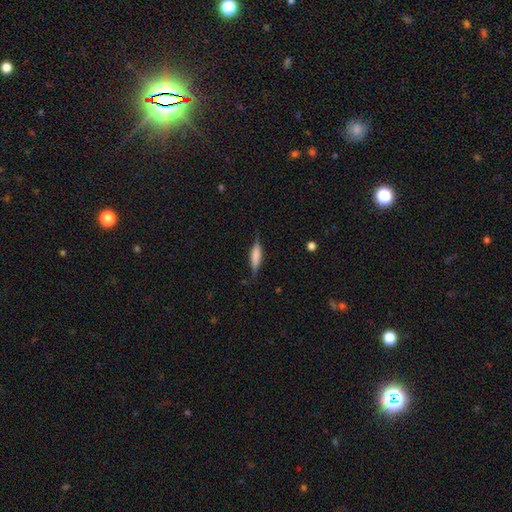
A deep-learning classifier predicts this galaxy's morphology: Q: Smooth or featured?
A: smooth (54%); runner-up: featured or disk (39%)
Q: How rounded?
A: cigar-shaped (69%); runner-up: in between (28%)
Q: Merging?
A: none (78%); runner-up: minor disturbance (17%)